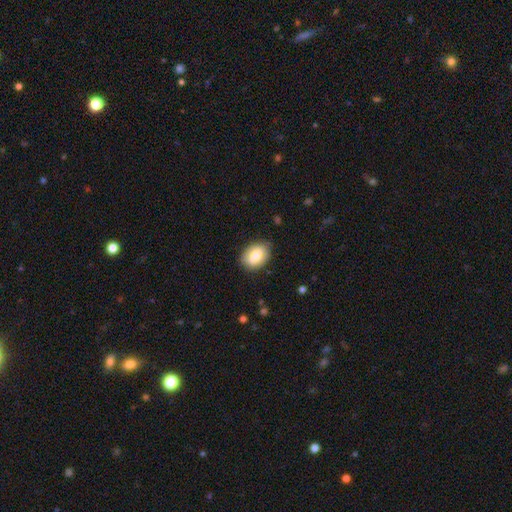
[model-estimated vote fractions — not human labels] Morphology: type=smooth (79%); roundness=in between (81%); merging=none (84%).